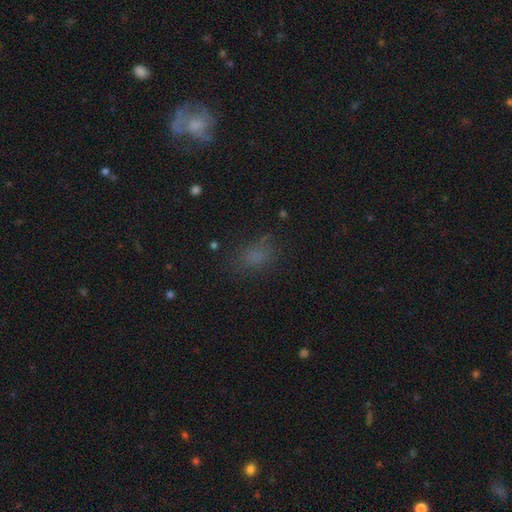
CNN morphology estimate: The model was most divided on "how rounded": in between: 70%, round: 27%, cigar-shaped: 3%. More confident: smooth or featured — smooth (67%); merging — none (66%).